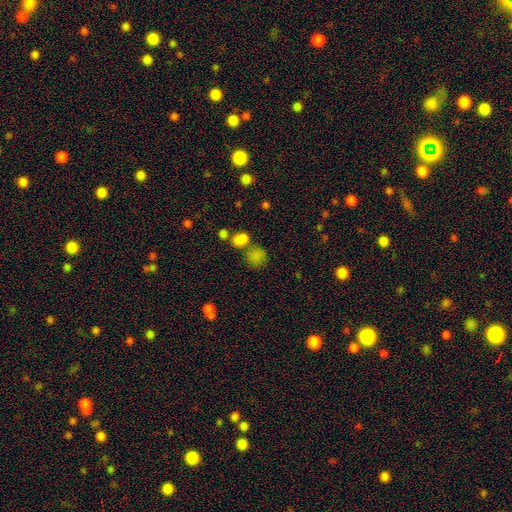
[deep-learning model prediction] smooth 76%, star or artifact 17%, featured or disk 7%. Down the decision tree: how rounded — round (68%); merging — none (55%).